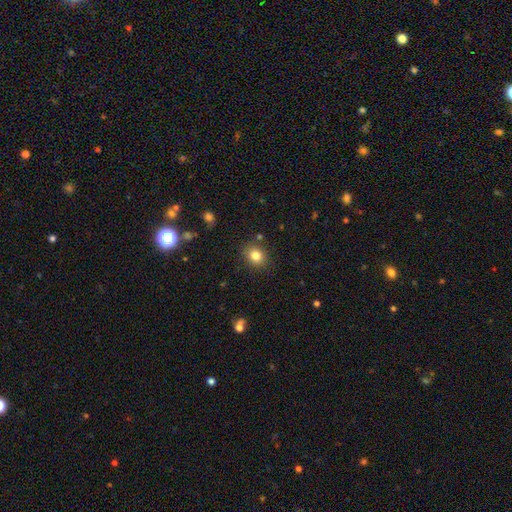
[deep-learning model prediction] Smooth or featured: smooth — 82% (star or artifact — 11%)
How rounded: round — 60% (in between — 39%)
Merging: none — 86% (minor disturbance — 9%)